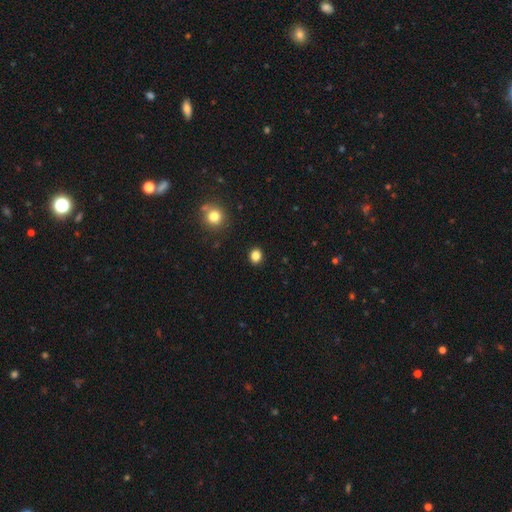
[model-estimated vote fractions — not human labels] Q: Smooth or featured?
A: smooth (84%); runner-up: star or artifact (11%)
Q: How rounded?
A: round (65%); runner-up: in between (34%)
Q: Merging?
A: none (91%); runner-up: minor disturbance (6%)